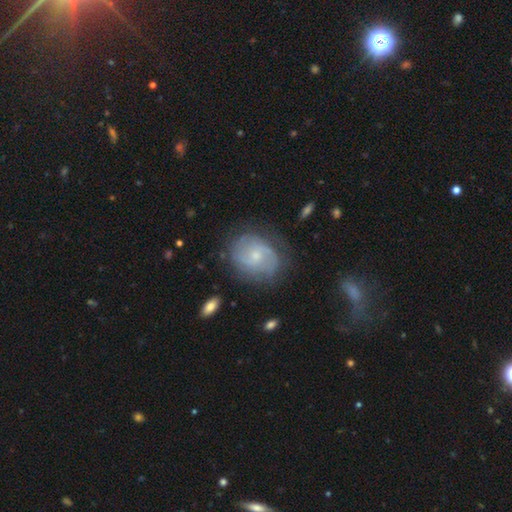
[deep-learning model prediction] Smooth or featured? featured or disk (72%)
Edge-on disk? no (97%)
Bar? no (62%)
Spiral arms? yes (90%)
Spiral winding? medium (42%)
Spiral arm count? 2 (59%)
Bulge size? small (69%)
Merging? none (70%)